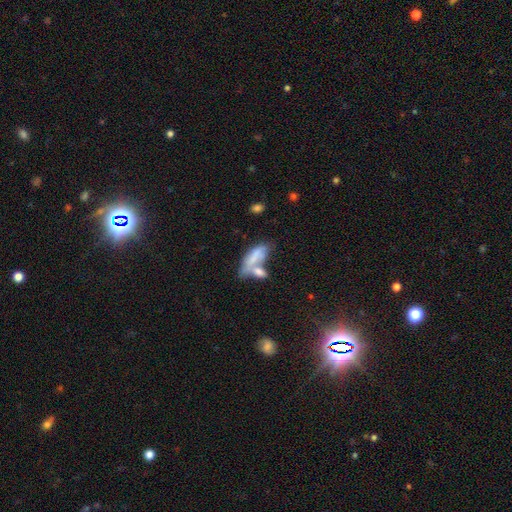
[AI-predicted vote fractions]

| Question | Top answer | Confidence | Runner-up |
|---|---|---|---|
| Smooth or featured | smooth | 68% | featured or disk (25%) |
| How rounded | in between | 74% | cigar-shaped (23%) |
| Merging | merger | 56% | none (21%) |